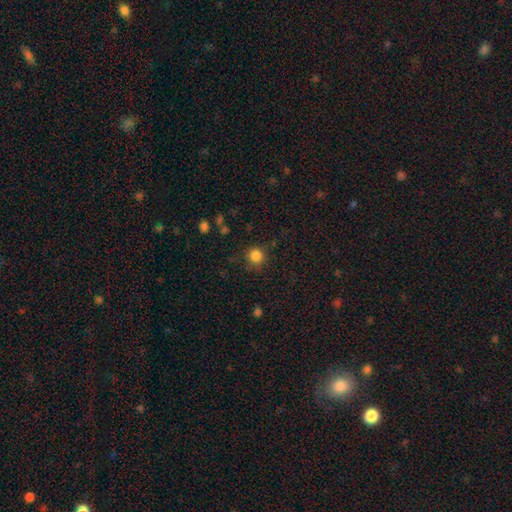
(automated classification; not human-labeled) smooth_or_featured: smooth (p=0.83) [alt: star or artifact p=0.12]
how_rounded: round (p=0.93) [alt: in between p=0.06]
merging: none (p=0.83) [alt: minor disturbance p=0.11]